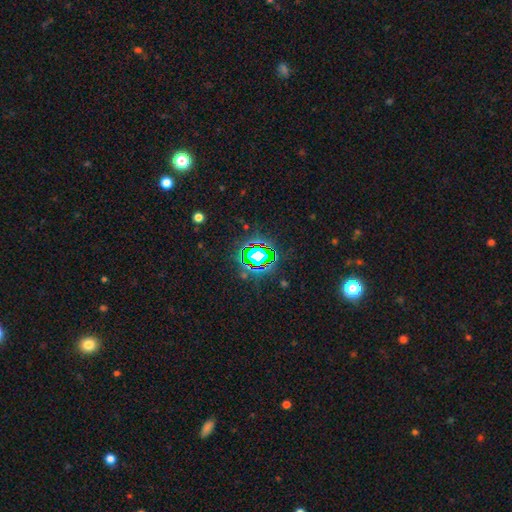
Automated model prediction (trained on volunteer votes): A star or artifact, not a galaxy (74%).